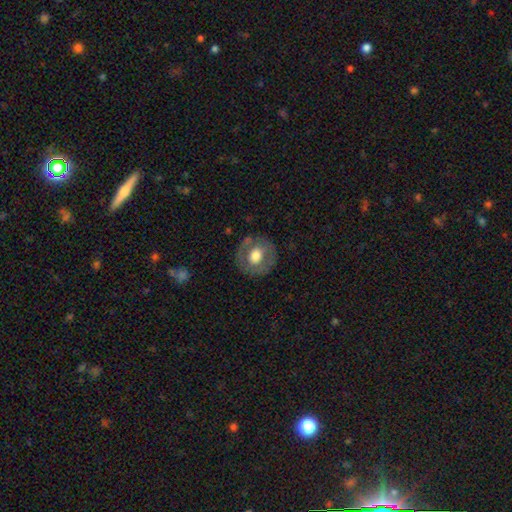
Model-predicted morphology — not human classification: The model was most divided on "smooth or featured": smooth: 55%, featured or disk: 38%, star or artifact: 7%. More confident: how rounded — round (84%); merging — none (80%).